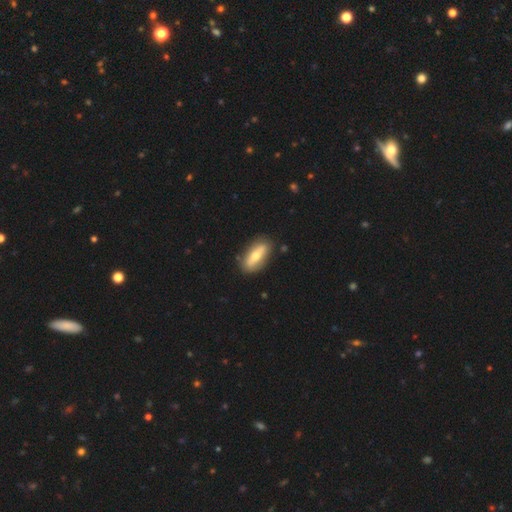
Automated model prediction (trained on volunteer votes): Smooth or featured: smooth — 51% (featured or disk — 43%)
How rounded: in between — 77% (cigar-shaped — 20%)
Merging: none — 82% (minor disturbance — 13%)